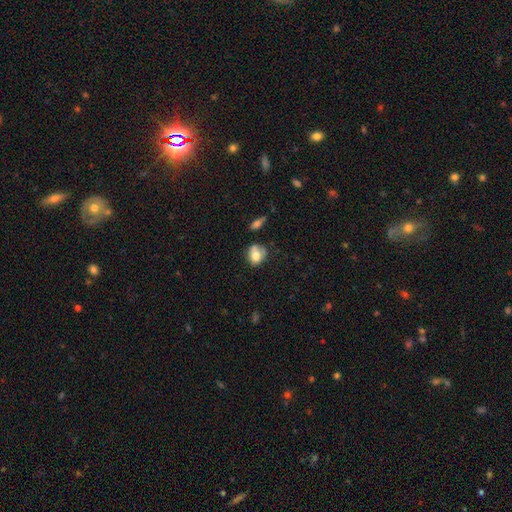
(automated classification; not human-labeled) smooth_or_featured: smooth (p=0.71) [alt: featured or disk p=0.19]
how_rounded: round (p=0.58) [alt: in between p=0.41]
merging: none (p=0.45) [alt: minor disturbance p=0.25]